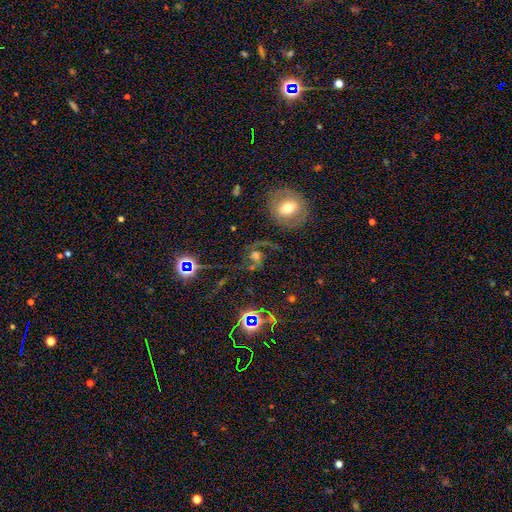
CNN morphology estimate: Smooth or featured: featured or disk — 54% (star or artifact — 23%)
Edge-on disk: no — 96% (yes — 4%)
Bar: no — 59% (weak — 29%)
Spiral arms: yes — 84% (no — 16%)
Bulge size: moderate — 48% (large — 24%)
Merging: none — 53% (major disturbance — 22%)